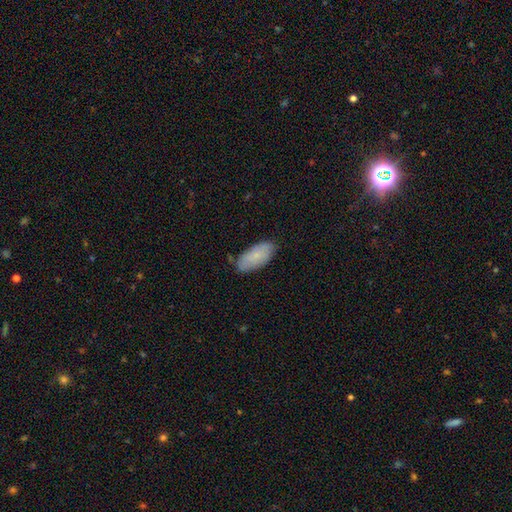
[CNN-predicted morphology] This appears to be a smooth galaxy with no disk features (78%) that is in between round and cigar-shaped (90%). Merging: none (79%).